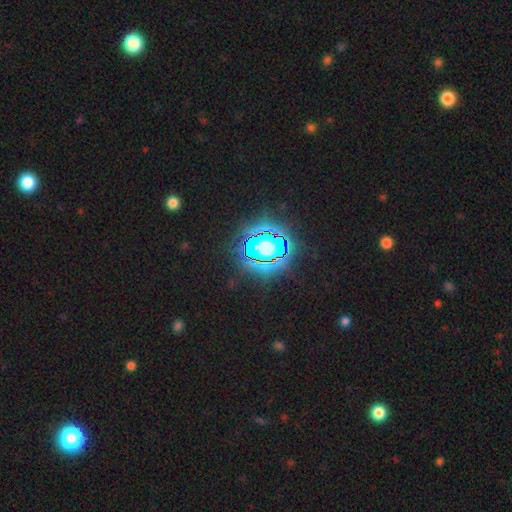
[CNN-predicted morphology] Q: Smooth or featured?
A: star or artifact (64%); runner-up: smooth (20%)